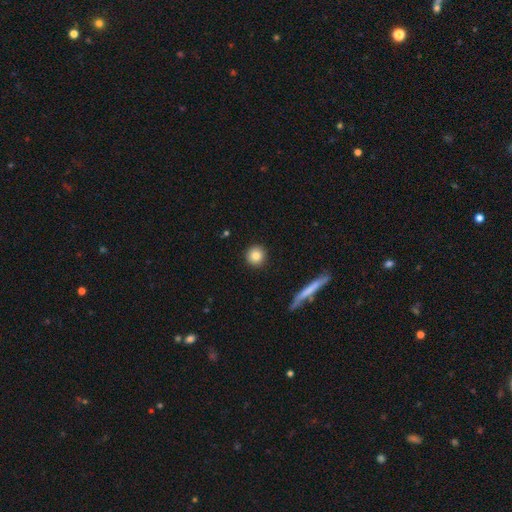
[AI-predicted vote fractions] Overall: smooth (84%). How rounded: round (94%). Merging: none (92%).